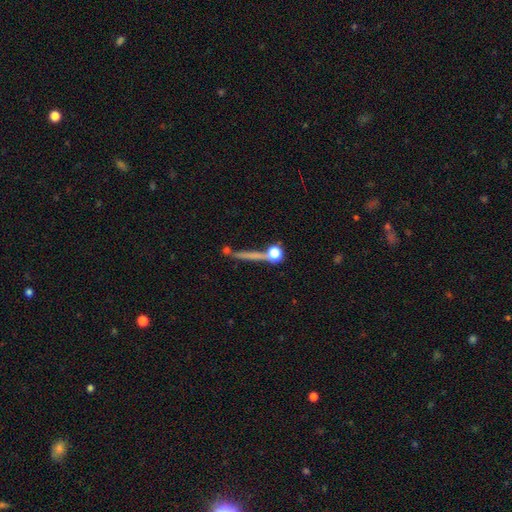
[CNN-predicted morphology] Q: Smooth or featured?
A: smooth (43%); runner-up: featured or disk (37%)
Q: Merging?
A: none (70%); runner-up: merger (12%)